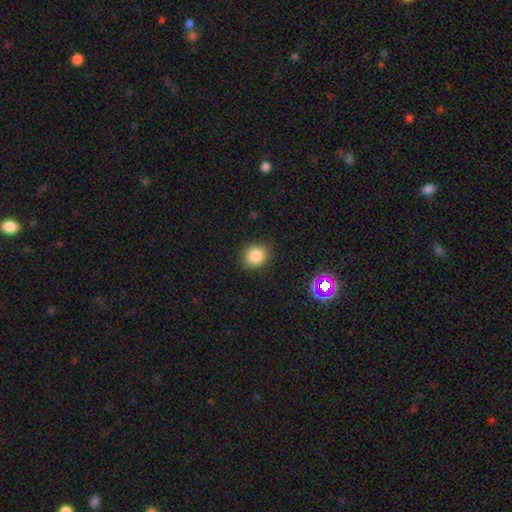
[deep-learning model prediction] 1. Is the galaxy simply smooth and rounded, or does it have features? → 84% smooth, 11% star or artifact, 5% featured or disk.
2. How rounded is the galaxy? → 70% round, 29% in between, 1% cigar-shaped.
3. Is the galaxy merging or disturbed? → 86% none, 10% minor disturbance, 3% major disturbance, 1% merger.